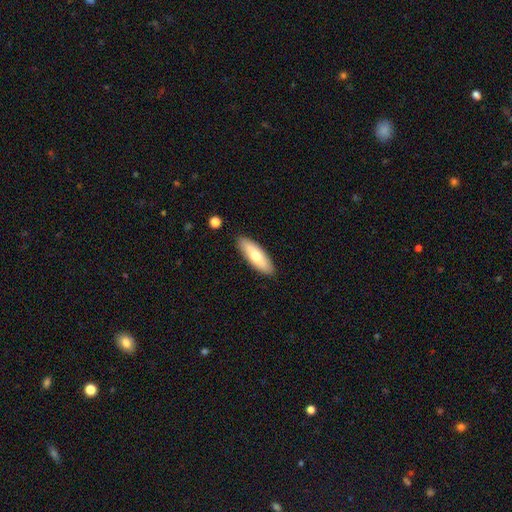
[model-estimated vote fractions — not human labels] Smooth or featured? Predicted: smooth (p=0.68). How rounded? Predicted: in between (p=0.58). Merging? Predicted: none (p=0.88).